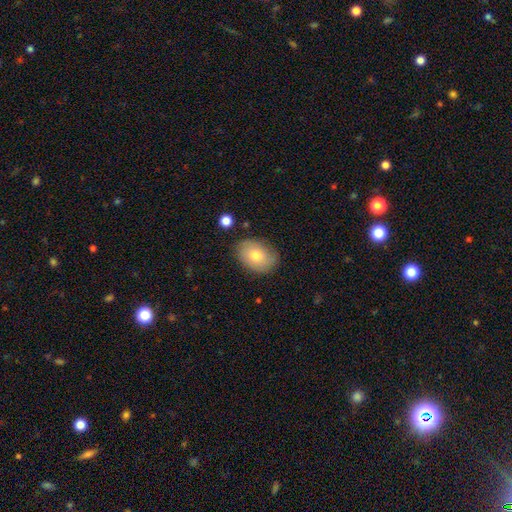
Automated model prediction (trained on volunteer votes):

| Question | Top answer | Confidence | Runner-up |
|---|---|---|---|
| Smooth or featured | smooth | 69% | featured or disk (23%) |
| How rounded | in between | 79% | round (20%) |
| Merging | none | 81% | minor disturbance (14%) |